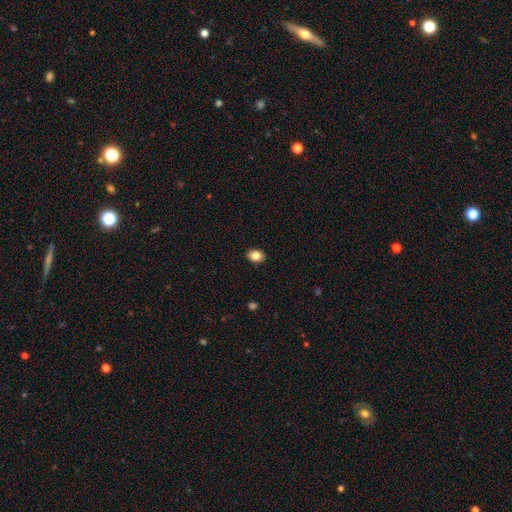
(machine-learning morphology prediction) Q: Smooth or featured?
A: smooth (85%); runner-up: star or artifact (9%)
Q: How rounded?
A: in between (67%); runner-up: round (32%)
Q: Merging?
A: none (90%); runner-up: minor disturbance (7%)